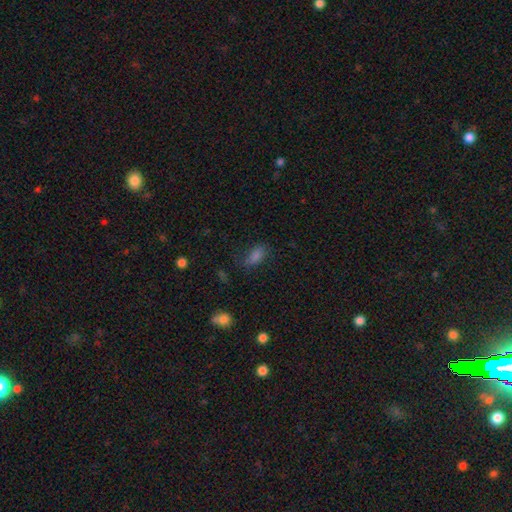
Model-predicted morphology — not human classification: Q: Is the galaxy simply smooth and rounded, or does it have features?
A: smooth — 72%.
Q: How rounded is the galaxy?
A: in between — 85%.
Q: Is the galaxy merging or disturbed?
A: none — 67%.